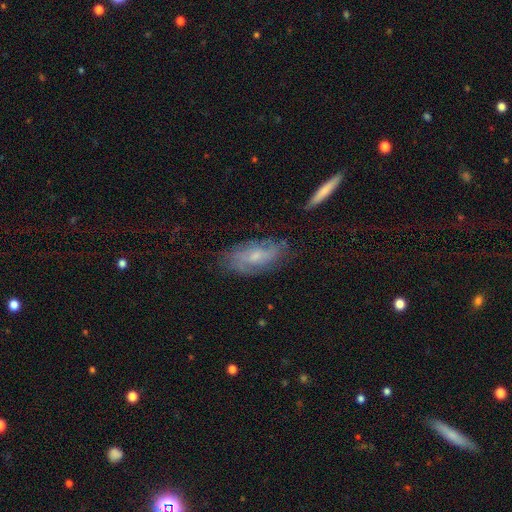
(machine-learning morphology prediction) A featured or disk galaxy (61%) with no bar (62%), spiral arms (81%) and a small central bulge (56%).

Vote fractions:
- Smooth or featured? featured or disk: 61% / smooth: 31% / star or artifact: 8%
- Edge-on disk? no: 90% / yes: 10%
- Bar? no: 62% / weak: 33% / strong: 5%
- Spiral arms? yes: 81% / no: 19%
- Bulge size? small: 56% / moderate: 35% / none: 6% / large: 2% / dominant: 1%
- Merging? none: 72% / minor disturbance: 20% / major disturbance: 7% / merger: 2%